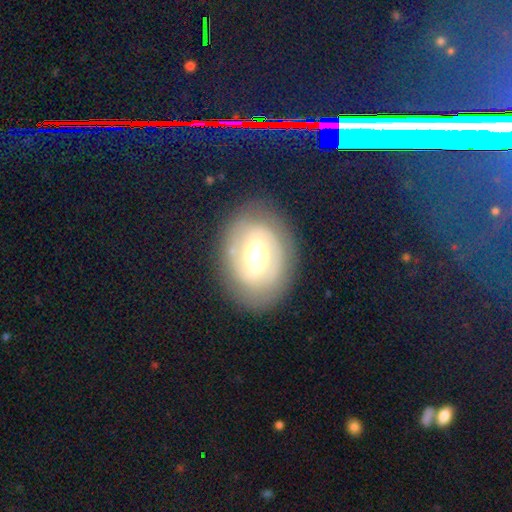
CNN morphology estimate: Smooth or featured: featured or disk — 71% (smooth — 22%)
Edge-on disk: no — 95% (yes — 5%)
Bar: weak — 45% (strong — 37%)
Spiral arms: yes — 76% (no — 24%)
Spiral winding: tight — 47% (medium — 37%)
Spiral arm count: 2 — 72% (can't tell — 17%)
Bulge size: moderate — 60% (large — 21%)
Merging: none — 78% (minor disturbance — 14%)